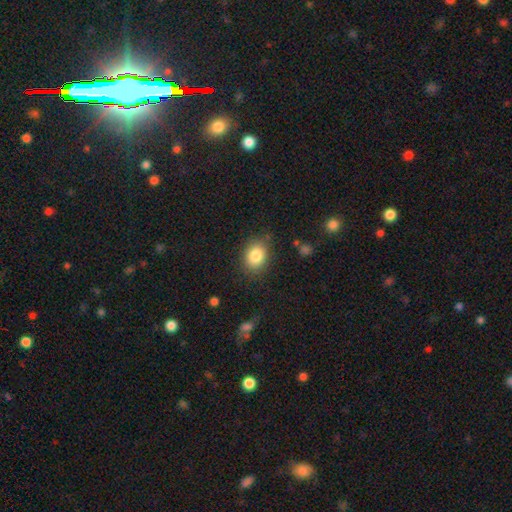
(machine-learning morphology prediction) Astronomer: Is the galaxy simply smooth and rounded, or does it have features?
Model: smooth — 84%.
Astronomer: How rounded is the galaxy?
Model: in between — 56% (runner-up: round, 43%).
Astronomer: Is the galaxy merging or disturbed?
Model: none — 83%.